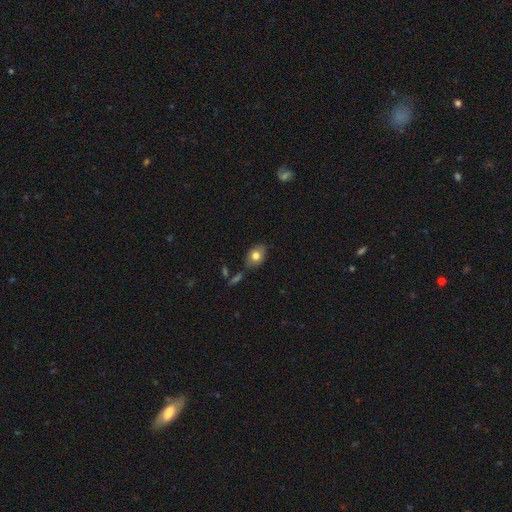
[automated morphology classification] Overall: smooth (78%). How rounded: in between (75%). Merging: none (75%).